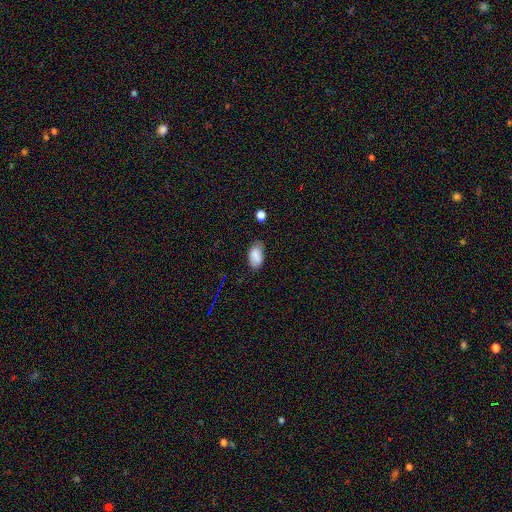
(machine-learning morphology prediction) Smooth or featured: smooth — 82% (featured or disk — 9%)
How rounded: in between — 93% (round — 5%)
Merging: none — 64% (minor disturbance — 29%)